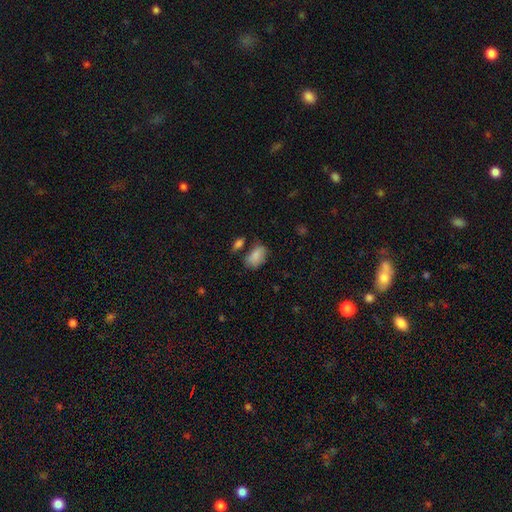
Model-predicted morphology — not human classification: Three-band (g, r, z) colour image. It shows a smooth galaxy with no disk features (84%) that is in between round and cigar-shaped (89%). Merging: none (55%).